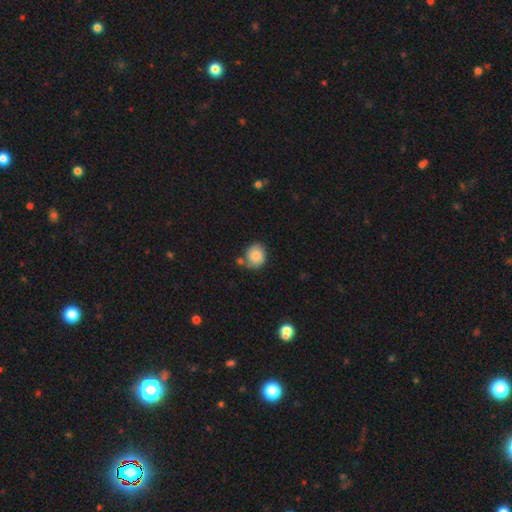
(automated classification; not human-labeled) This is clearly a smooth galaxy (82%). How rounded: likely round (65%). Merging: likely none (64%).